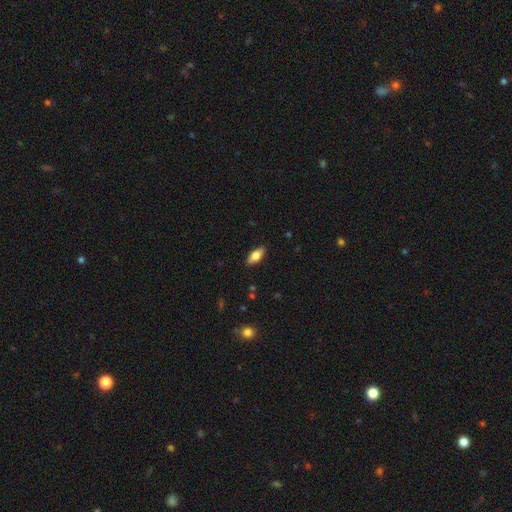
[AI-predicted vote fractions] Smooth or featured? smooth (78%)
How rounded? in between (86%)
Merging? none (88%)